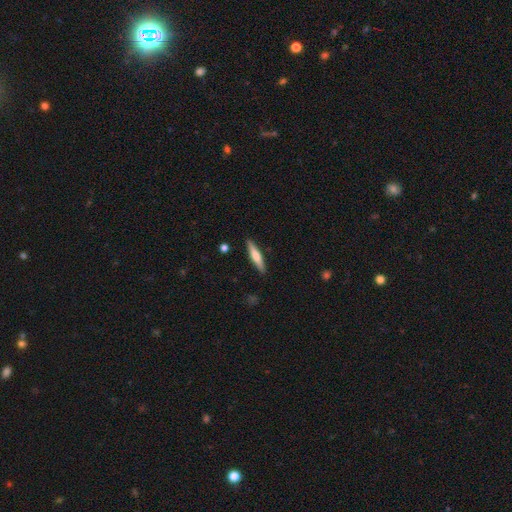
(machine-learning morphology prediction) smooth_or_featured: smooth (p=0.53) [alt: featured or disk p=0.41]
how_rounded: cigar-shaped (p=0.86) [alt: in between p=0.13]
merging: none (p=0.90) [alt: minor disturbance p=0.07]